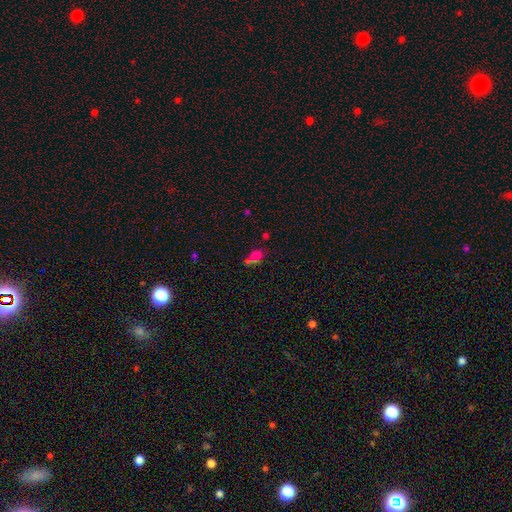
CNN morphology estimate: smooth 61%, star or artifact 26%, featured or disk 14%. Down the decision tree: how rounded — round (53%); merging — merger (41%).